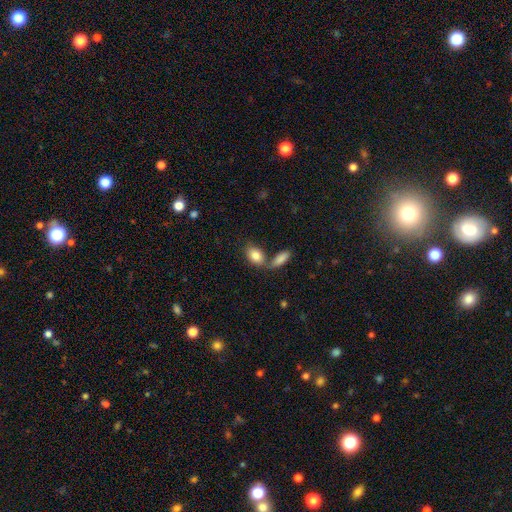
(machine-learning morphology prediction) This appears to be a smooth galaxy with no disk features (84%) that is in between round and cigar-shaped (88%). Merging: none (46%).